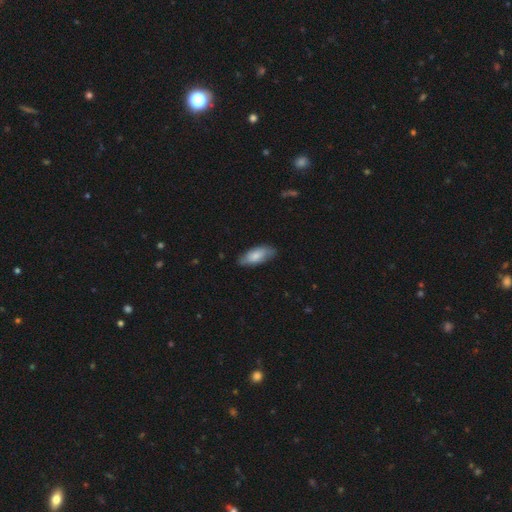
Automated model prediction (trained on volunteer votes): A smooth galaxy with no disk features (73%) that is in between round and cigar-shaped (81%). Merging: none (74%).